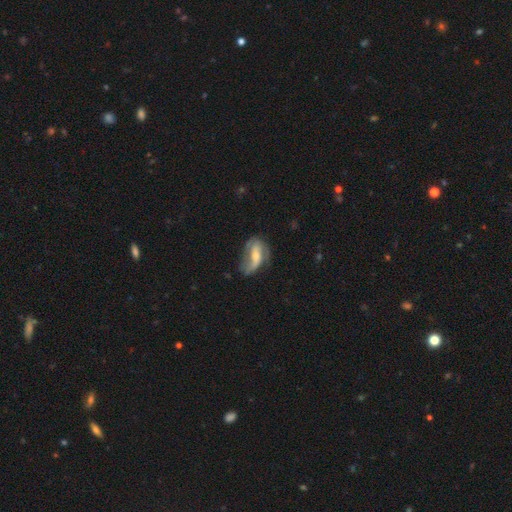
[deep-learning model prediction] This is likely a featured or disk galaxy (71%). It is clearly not viewed edge-on (93%). Bar: marginally no (35%). Spiral arm pattern: clearly yes (86%). Spiral arm count: likely 2 (73%). Spiral winding: possibly loose (50%). Central bulge: possibly small (49%). Merging: possibly none (49%).